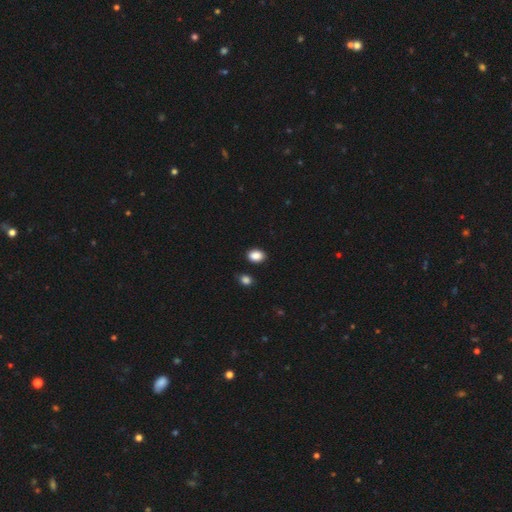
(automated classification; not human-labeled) smooth-or-featured: smooth: 88% | star or artifact: 9% | featured or disk: 3%
  how-rounded: in between: 70% | round: 28% | cigar-shaped: 1%
  merging: none: 87% | minor disturbance: 8% | merger: 3% | major disturbance: 2%